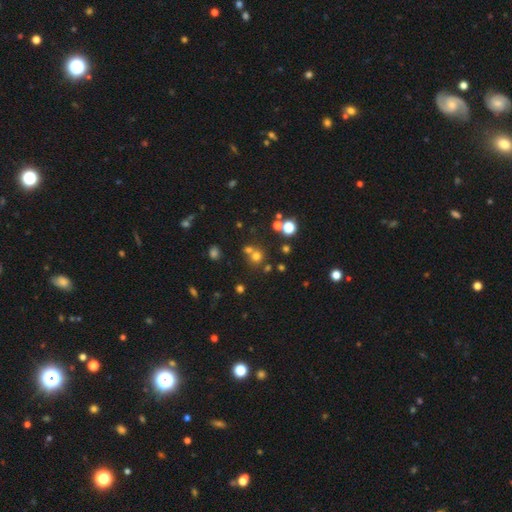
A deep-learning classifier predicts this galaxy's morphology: type=smooth (63%); roundness=round (89%); merging=none (59%).